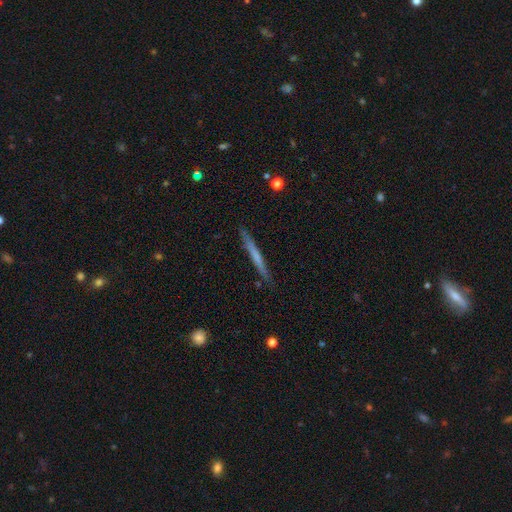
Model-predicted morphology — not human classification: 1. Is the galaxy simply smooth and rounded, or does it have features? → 49% smooth, 45% featured or disk, 6% star or artifact.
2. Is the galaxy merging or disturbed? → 89% none, 8% minor disturbance, 2% major disturbance, 1% merger.